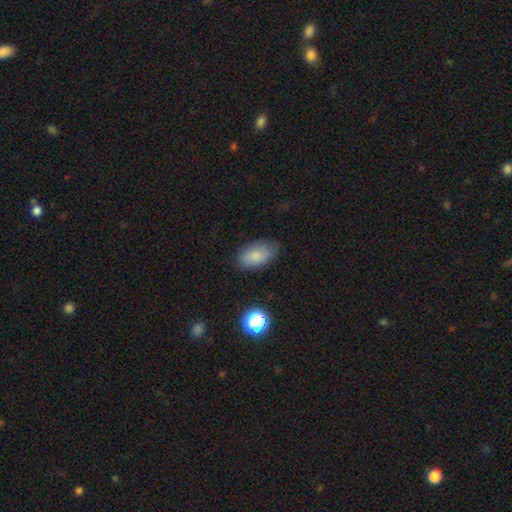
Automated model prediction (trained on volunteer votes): This appears to be a smooth galaxy with no disk features (83%) that is in between round and cigar-shaped (92%). Merging: none (80%).